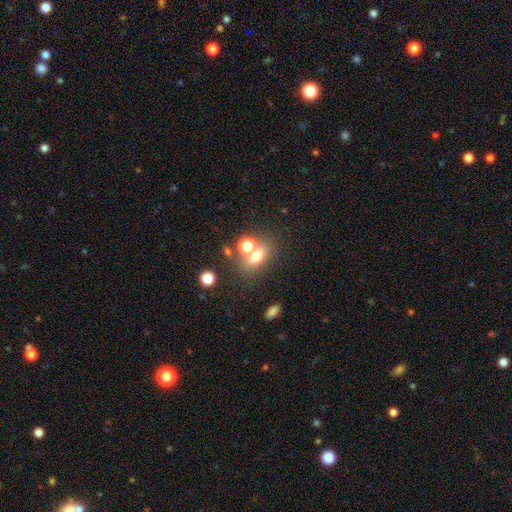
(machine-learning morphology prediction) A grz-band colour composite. It shows a smooth galaxy with no disk features (68%) that is in between round and cigar-shaped (59%). Merging: none (50%).